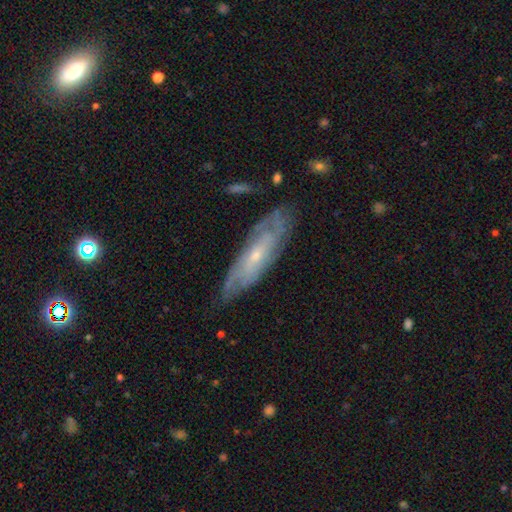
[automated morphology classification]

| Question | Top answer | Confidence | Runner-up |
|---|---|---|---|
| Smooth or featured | featured or disk | 74% | smooth (20%) |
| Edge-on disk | no | 75% | yes (25%) |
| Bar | no | 64% | weak (28%) |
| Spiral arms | yes | 85% | no (15%) |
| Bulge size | small | 73% | moderate (23%) |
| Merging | none | 73% | minor disturbance (20%) |